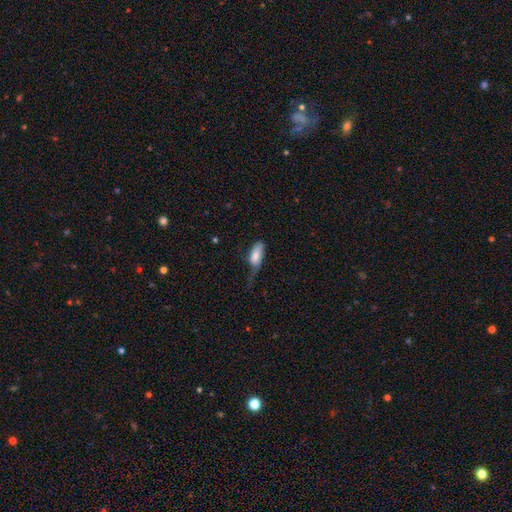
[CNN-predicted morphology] Smooth or featured? smooth (76%)
How rounded? in between (85%)
Merging? major disturbance (37%)